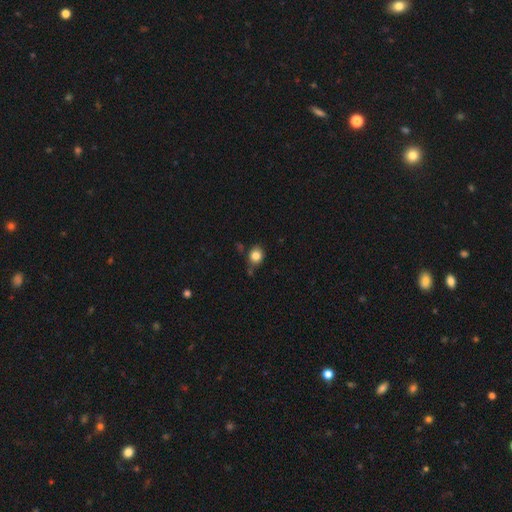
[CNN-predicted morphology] Smooth or featured: smooth — 83% (star or artifact — 11%)
How rounded: round — 68% (in between — 31%)
Merging: none — 70% (minor disturbance — 20%)